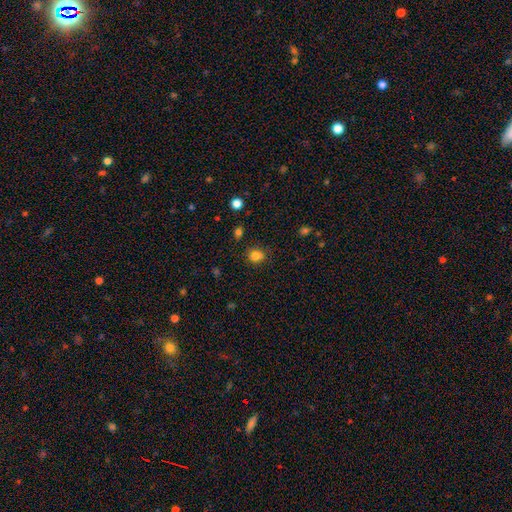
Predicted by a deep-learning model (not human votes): smooth-or-featured: smooth: 81% | star or artifact: 13% | featured or disk: 6%
  how-rounded: round: 63% | in between: 36% | cigar-shaped: 1%
  merging: none: 75% | minor disturbance: 17% | merger: 4% | major disturbance: 4%